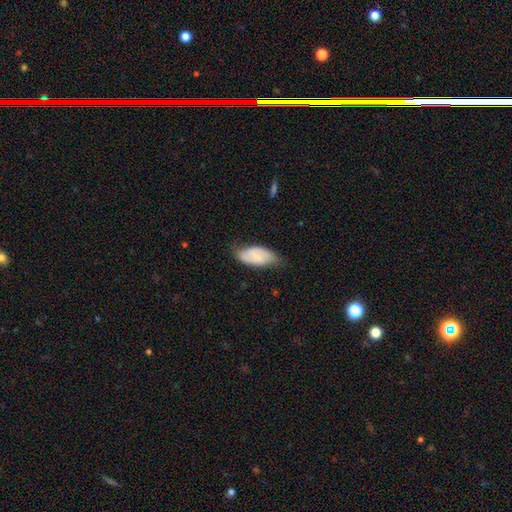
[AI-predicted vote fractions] Smooth or featured?
  - smooth: 56% *
  - featured or disk: 37%
  - star or artifact: 7%
How rounded?
  - in between: 91% *
  - cigar-shaped: 6%
  - round: 3%
Merging?
  - none: 63% *
  - minor disturbance: 29%
  - major disturbance: 6%
  - merger: 1%